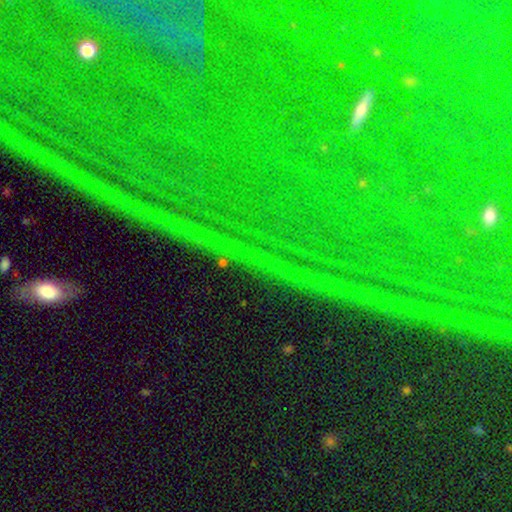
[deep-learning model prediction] smooth_or_featured: star or artifact (p=0.86) [alt: featured or disk p=0.08]